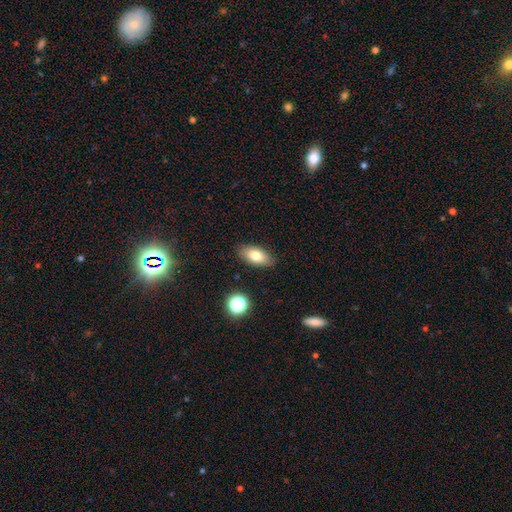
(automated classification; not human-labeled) Morphology: type=smooth (77%); roundness=in between (88%); merging=none (86%).